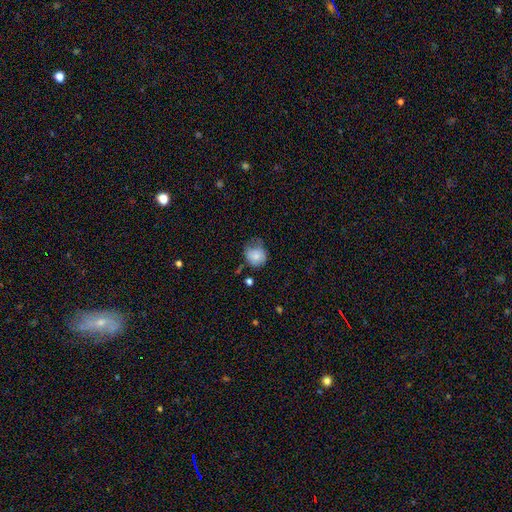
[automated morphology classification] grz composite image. It shows a smooth galaxy with no disk features (80%) that is round (74%). Merging: none (45%).